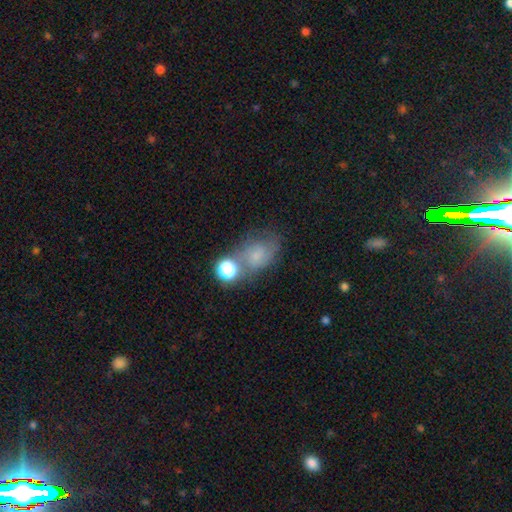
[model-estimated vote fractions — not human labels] Smooth or featured? Predicted: smooth (p=0.47). Merging? Predicted: none (p=0.42).